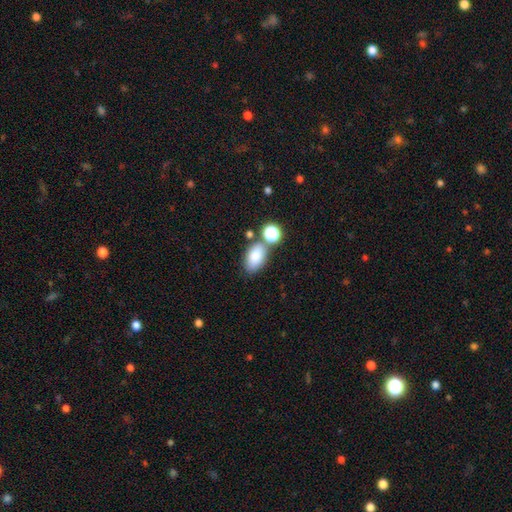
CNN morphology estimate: A smooth galaxy with no disk features (82%) that is in between round and cigar-shaped (90%). Merging: none (63%).